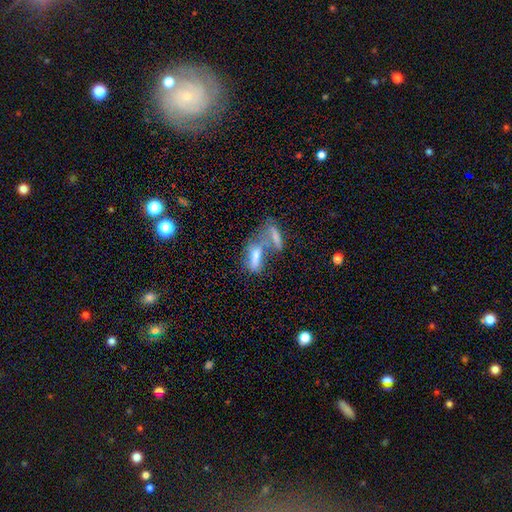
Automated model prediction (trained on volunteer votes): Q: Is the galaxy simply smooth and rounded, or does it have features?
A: smooth — 56%.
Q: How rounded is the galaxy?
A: in between — 60%.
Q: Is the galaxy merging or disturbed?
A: merger — 58%.